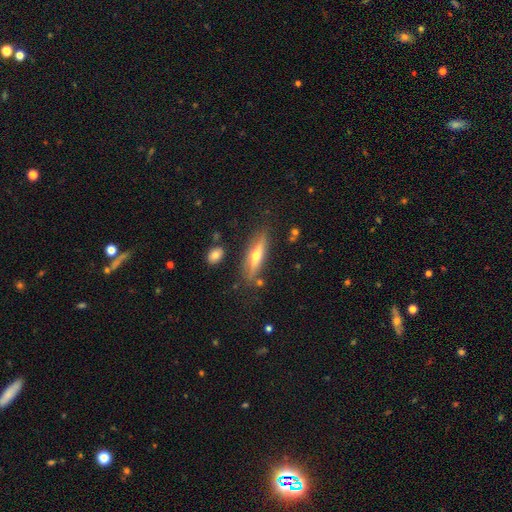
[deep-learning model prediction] Q: Smooth or featured?
A: featured or disk (58%); runner-up: smooth (34%)
Q: Edge-on disk?
A: yes (91%); runner-up: no (9%)
Q: Edge-on bulge?
A: rounded (91%); runner-up: none (6%)
Q: Merging?
A: none (80%); runner-up: minor disturbance (13%)